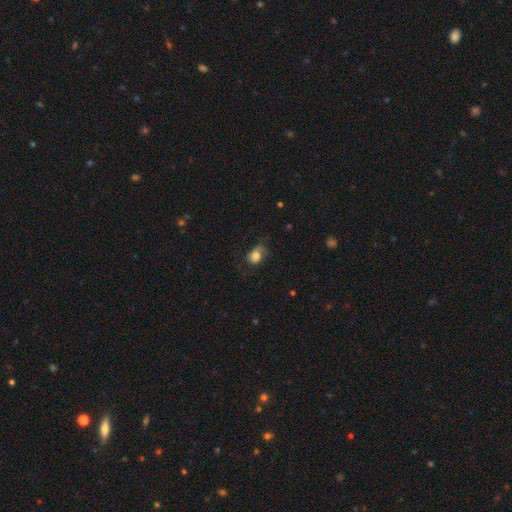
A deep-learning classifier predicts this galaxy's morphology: The model was most divided on "merging": none: 49%, minor disturbance: 33%, major disturbance: 17%, merger: 2%. More confident: smooth or featured — smooth (73%); how rounded — in between (66%).